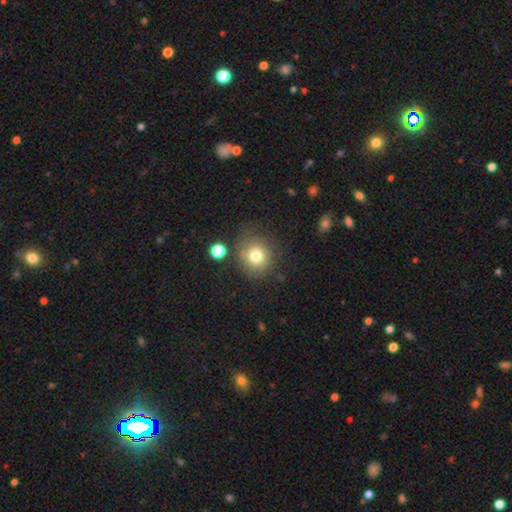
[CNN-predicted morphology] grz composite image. It shows a smooth galaxy with no disk features (77%) that is round (81%). Merging: none (69%).